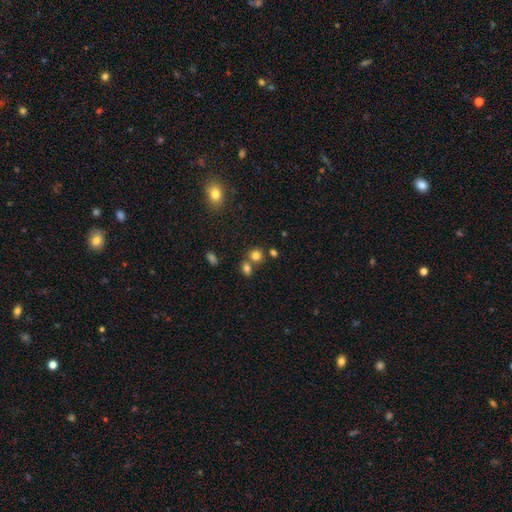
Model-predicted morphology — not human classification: A smooth galaxy with no disk features (79%) that is round (78%).

Vote fractions:
- Smooth or featured? smooth: 79% / star or artifact: 14% / featured or disk: 7%
- How rounded? round: 78% / in between: 21% / cigar-shaped: 1%
- Merging? none: 60% / merger: 28% / minor disturbance: 9% / major disturbance: 3%